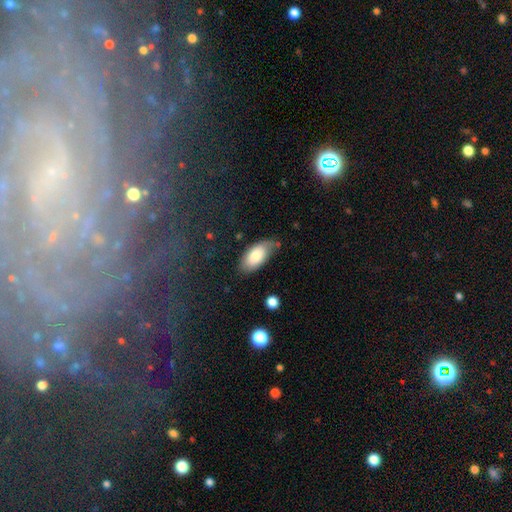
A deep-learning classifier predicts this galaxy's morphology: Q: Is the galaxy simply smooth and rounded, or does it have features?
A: smooth — 78%.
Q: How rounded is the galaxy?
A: in between — 93%.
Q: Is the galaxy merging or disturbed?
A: none — 65%.